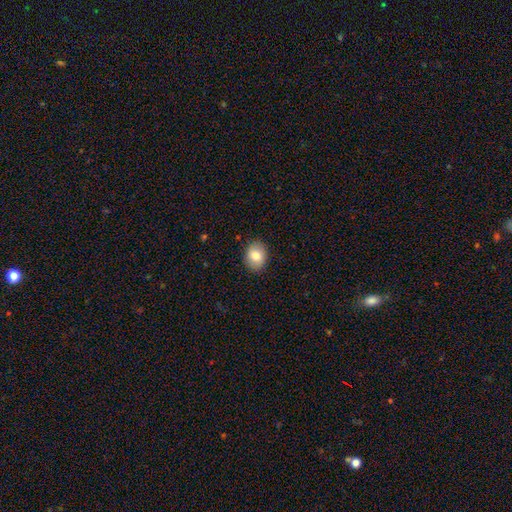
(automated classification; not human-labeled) Smooth or featured? smooth (84%)
How rounded? in between (62%)
Merging? none (88%)